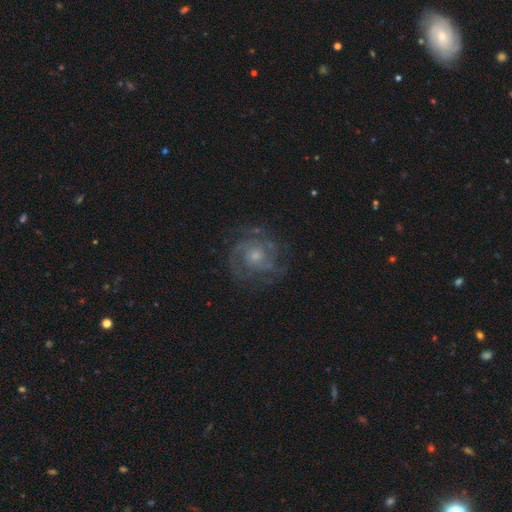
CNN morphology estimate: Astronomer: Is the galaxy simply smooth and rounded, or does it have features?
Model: featured or disk — 81%.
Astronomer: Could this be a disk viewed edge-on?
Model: no — 98%.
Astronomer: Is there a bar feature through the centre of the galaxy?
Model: no — 76%.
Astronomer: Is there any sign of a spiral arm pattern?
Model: yes — 91%.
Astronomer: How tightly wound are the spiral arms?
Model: tight — 53% (runner-up: medium, 37%).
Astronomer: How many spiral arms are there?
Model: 2 — 32% (runner-up: can't tell, 29%).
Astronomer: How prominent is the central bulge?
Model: small — 55% (runner-up: moderate, 37%).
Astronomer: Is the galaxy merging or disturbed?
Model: none — 71%.